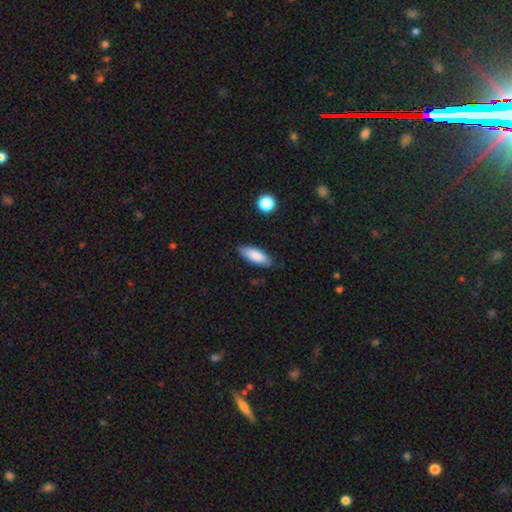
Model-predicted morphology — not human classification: Smooth or featured: smooth — 85% (featured or disk — 9%)
How rounded: in between — 74% (cigar-shaped — 24%)
Merging: none — 83% (minor disturbance — 13%)